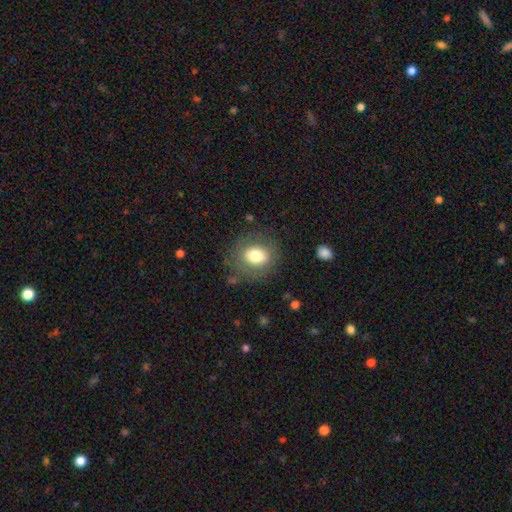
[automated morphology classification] A smooth galaxy with no disk features (75%) that is round (69%). Merging: none (80%).